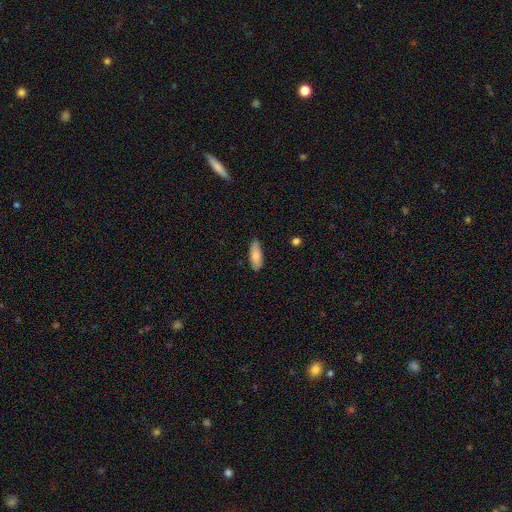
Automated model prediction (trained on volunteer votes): A smooth galaxy with no disk features (83%) that is in between round and cigar-shaped (70%). Merging: none (82%).